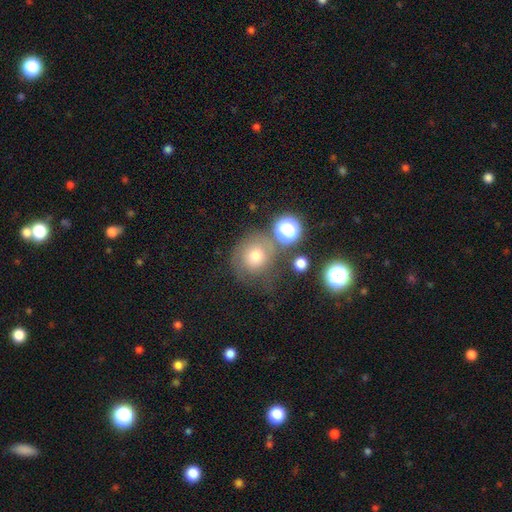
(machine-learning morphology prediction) Q: Smooth or featured?
A: smooth (63%); runner-up: featured or disk (21%)
Q: How rounded?
A: round (85%); runner-up: in between (14%)
Q: Merging?
A: none (57%); runner-up: minor disturbance (19%)